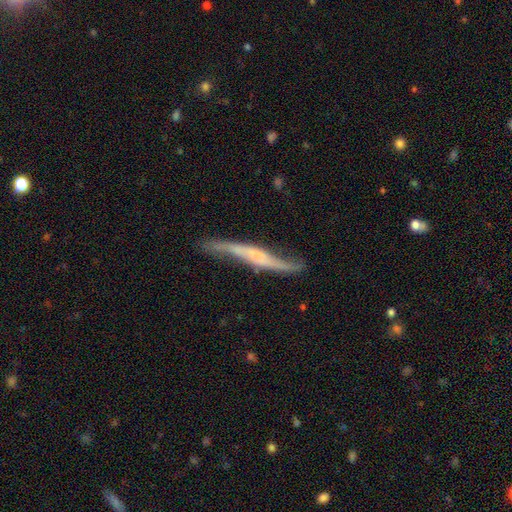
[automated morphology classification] Overall: featured or disk (76%). Edge-on disk: yes (61%; no 39%). Merging: none (62%; minor disturbance 26%).